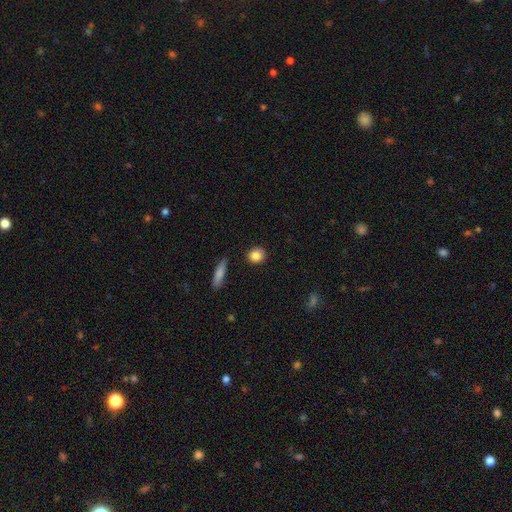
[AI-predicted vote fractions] Smooth or featured: smooth — 85% (star or artifact — 8%)
How rounded: round — 79% (in between — 18%)
Merging: none — 88% (minor disturbance — 8%)